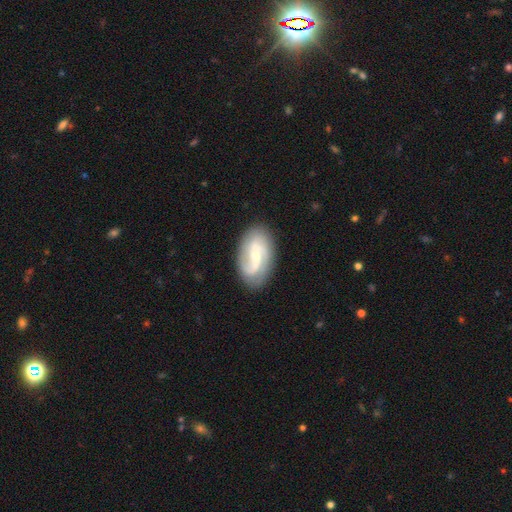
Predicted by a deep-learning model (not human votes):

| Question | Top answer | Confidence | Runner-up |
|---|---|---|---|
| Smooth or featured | featured or disk | 82% | smooth (13%) |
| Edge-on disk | no | 97% | yes (3%) |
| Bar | weak | 48% | no (35%) |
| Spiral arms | yes | 95% | no (5%) |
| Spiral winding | loose | 41% | tied: medium (41%) |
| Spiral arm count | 2 | 79% | can't tell (8%) |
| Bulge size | small | 60% | moderate (35%) |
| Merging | none | 82% | minor disturbance (13%) |